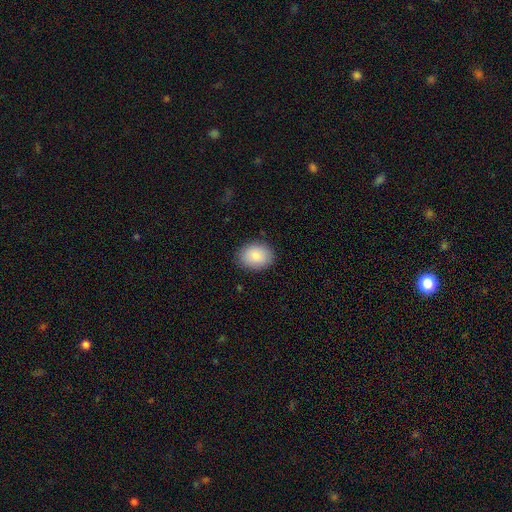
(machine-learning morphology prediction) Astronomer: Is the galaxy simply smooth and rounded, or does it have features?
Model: smooth — 85%.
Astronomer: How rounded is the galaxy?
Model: in between — 59% (runner-up: round, 40%).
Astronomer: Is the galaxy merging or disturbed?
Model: none — 87%.